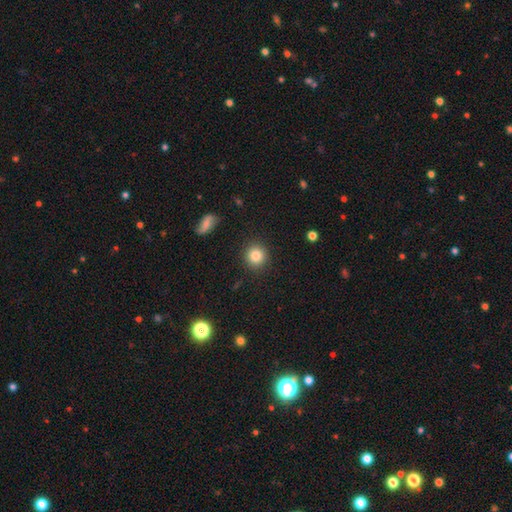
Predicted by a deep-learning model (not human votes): Morphology: type=smooth (84%); roundness=round (91%); merging=none (90%).